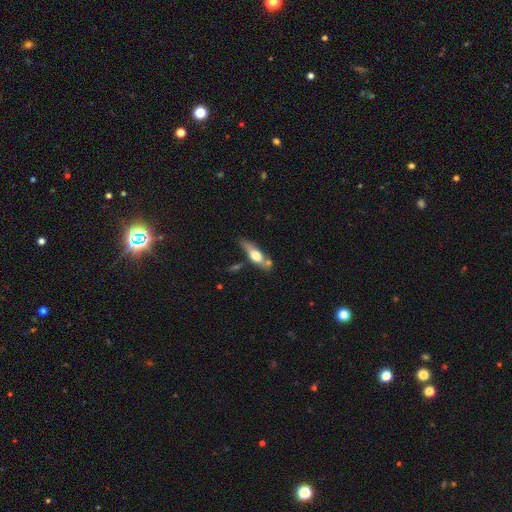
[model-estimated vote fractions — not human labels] featured or disk 49%, smooth 45%, star or artifact 7%. Down the decision tree: merging — none (57%).